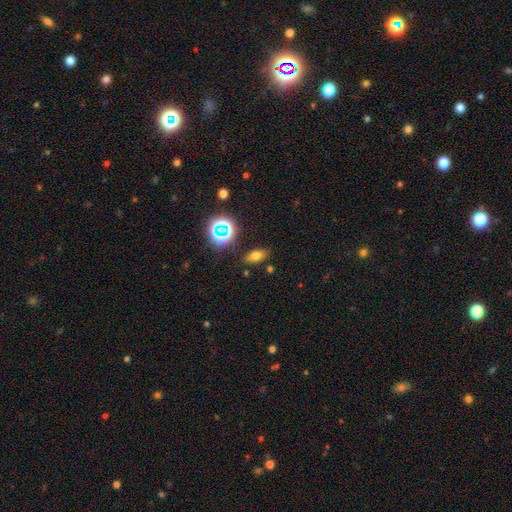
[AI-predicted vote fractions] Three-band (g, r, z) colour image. It shows a smooth galaxy with no disk features (65%) that is in between round and cigar-shaped (80%). Merging: none (83%).